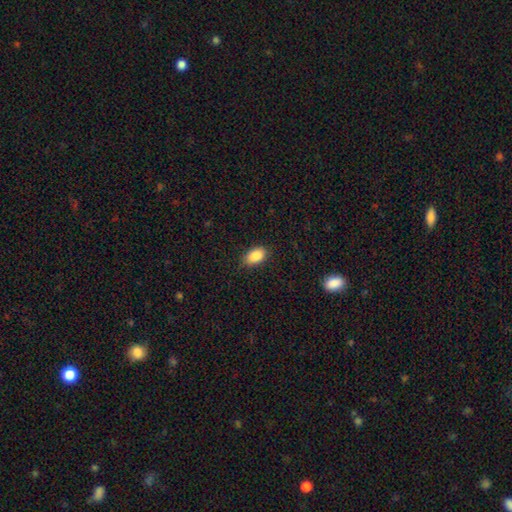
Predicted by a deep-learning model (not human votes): Smooth or featured? smooth (88%)
How rounded? in between (90%)
Merging? none (82%)